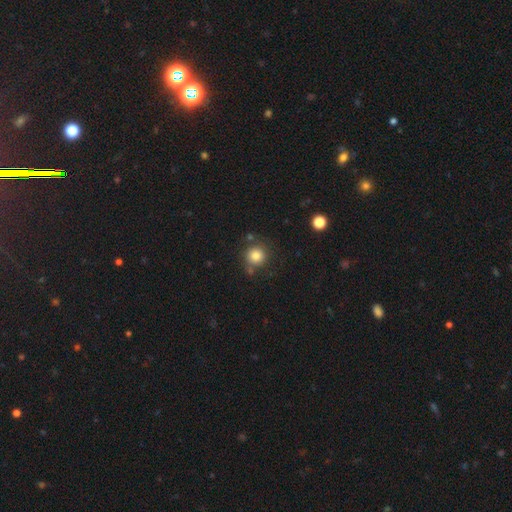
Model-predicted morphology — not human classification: Smooth or featured? Predicted: smooth (p=0.82). How rounded? Predicted: round (p=0.92). Merging? Predicted: none (p=0.76).